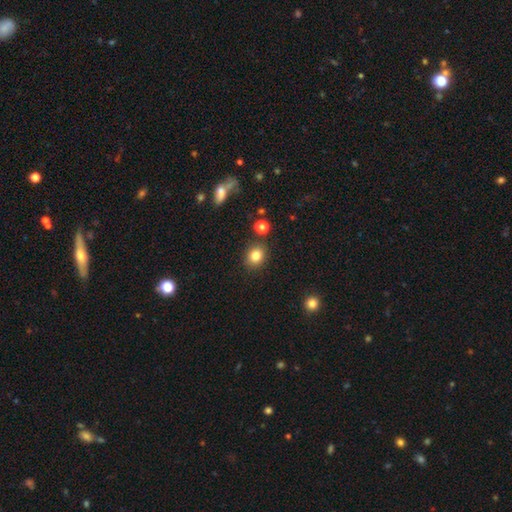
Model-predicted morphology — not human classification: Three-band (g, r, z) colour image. It shows a smooth galaxy with no disk features (83%) that is round (71%). Merging: none (85%).